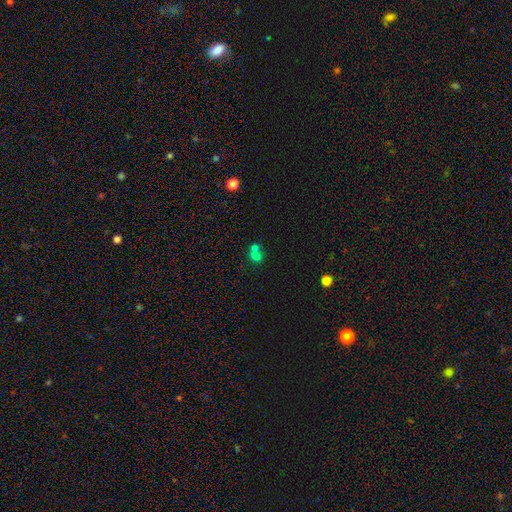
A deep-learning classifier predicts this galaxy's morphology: The model was most divided on "merging": merger: 60%, none: 32%, minor disturbance: 5%, major disturbance: 3%. More confident: how rounded — round (76%); smooth or featured — smooth (67%).